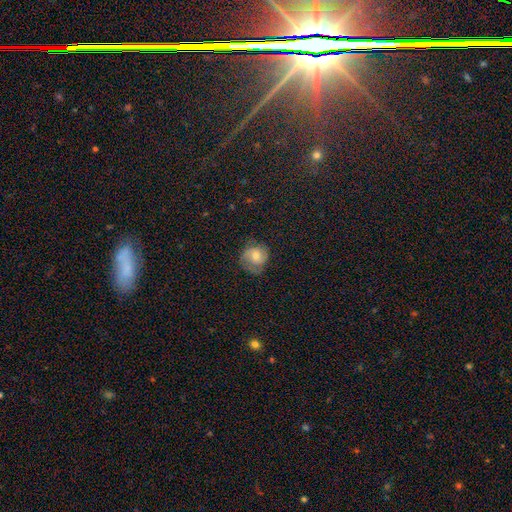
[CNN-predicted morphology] smooth-or-featured: smooth: 53% | featured or disk: 36% | star or artifact: 11%
  how-rounded: round: 78% | in between: 20% | cigar-shaped: 1%
  merging: none: 61% | minor disturbance: 26% | major disturbance: 12% | merger: 1%